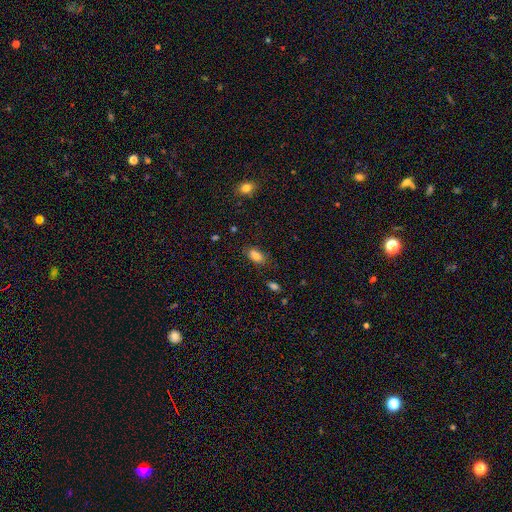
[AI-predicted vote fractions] Smooth or featured? smooth (81%)
How rounded? in between (90%)
Merging? none (75%)